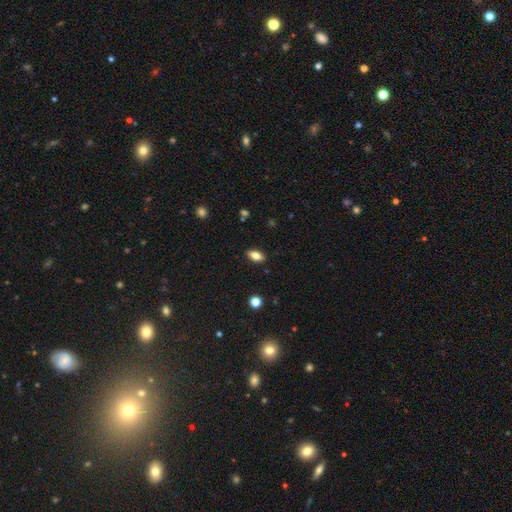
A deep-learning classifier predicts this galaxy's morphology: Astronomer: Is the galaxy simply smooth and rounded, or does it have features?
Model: smooth — 79%.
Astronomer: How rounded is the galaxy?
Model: in between — 88%.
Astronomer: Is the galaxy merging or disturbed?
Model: none — 88%.